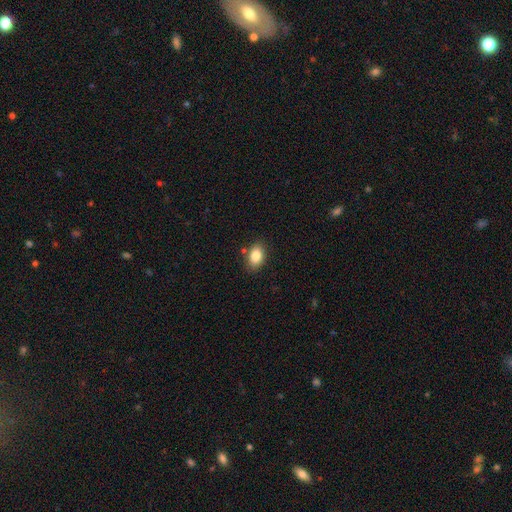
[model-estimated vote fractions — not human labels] smooth_or_featured: smooth (p=0.84) [alt: star or artifact p=0.08]
how_rounded: in between (p=0.82) [alt: round p=0.16]
merging: none (p=0.83) [alt: minor disturbance p=0.11]